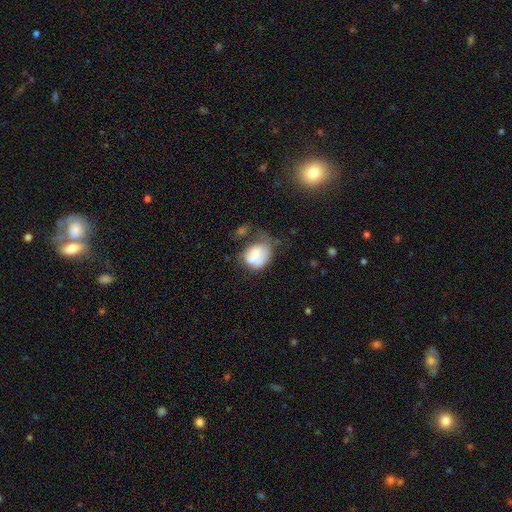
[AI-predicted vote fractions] Smooth or featured? Predicted: smooth (p=0.62). How rounded? Predicted: round (p=0.51). Merging? Predicted: minor disturbance (p=0.28).